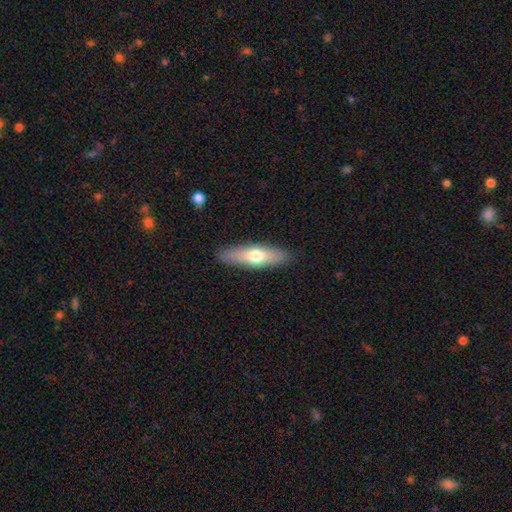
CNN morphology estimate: Smooth or featured?
  - smooth: 61% *
  - featured or disk: 33%
  - star or artifact: 6%
How rounded?
  - cigar-shaped: 57% *
  - in between: 41%
  - round: 2%
Merging?
  - none: 88% *
  - minor disturbance: 9%
  - major disturbance: 2%
  - merger: 1%